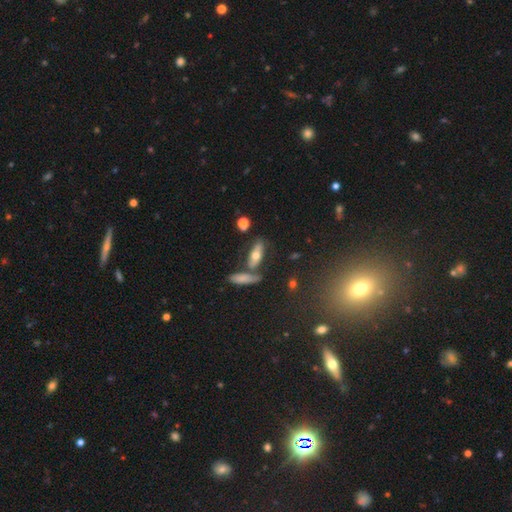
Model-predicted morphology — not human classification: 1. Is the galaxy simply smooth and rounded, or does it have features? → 58% smooth, 33% featured or disk, 9% star or artifact.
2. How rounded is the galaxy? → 62% in between, 35% cigar-shaped, 4% round.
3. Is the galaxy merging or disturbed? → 62% none, 20% merger, 13% minor disturbance, 5% major disturbance.